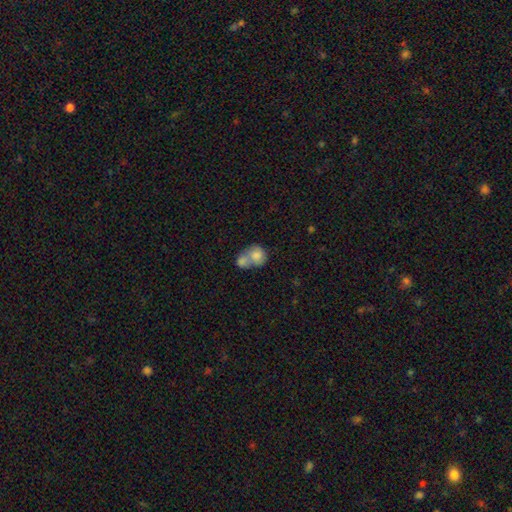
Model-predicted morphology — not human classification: This is likely a smooth galaxy (75%). How rounded: likely round (62%). Merging: likely merger (74%).